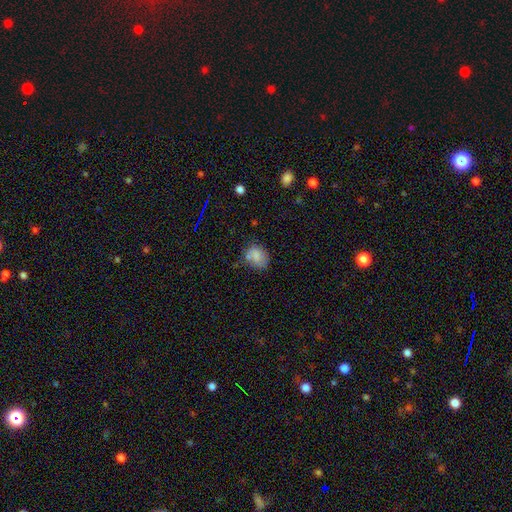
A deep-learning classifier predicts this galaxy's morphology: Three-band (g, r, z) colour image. It shows a smooth galaxy with no disk features (76%) that is in between round and cigar-shaped (50%). Merging: none (57%).